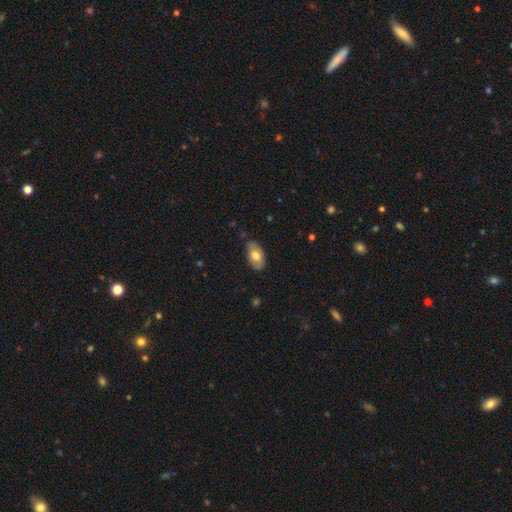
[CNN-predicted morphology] This appears to be a smooth galaxy with no disk features (71%) that is in between round and cigar-shaped (94%). Merging: none (72%).